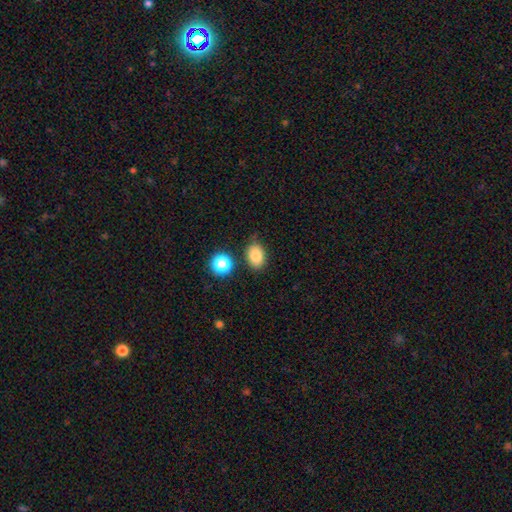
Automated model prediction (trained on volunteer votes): Smooth or featured? smooth (83%)
How rounded? in between (78%)
Merging? none (78%)